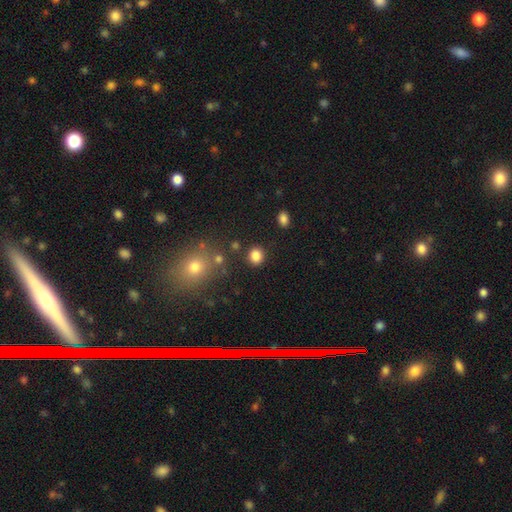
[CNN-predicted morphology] Q: Smooth or featured?
A: smooth (84%); runner-up: star or artifact (12%)
Q: How rounded?
A: round (80%); runner-up: in between (19%)
Q: Merging?
A: none (86%); runner-up: minor disturbance (7%)